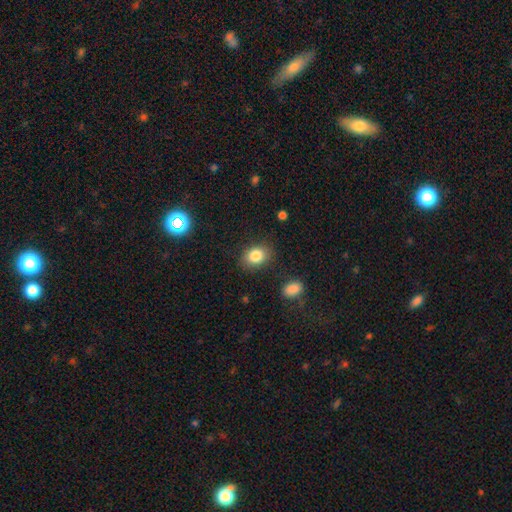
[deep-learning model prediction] Smooth or featured? Predicted: smooth (p=0.84). How rounded? Predicted: in between (p=0.67). Merging? Predicted: none (p=0.82).